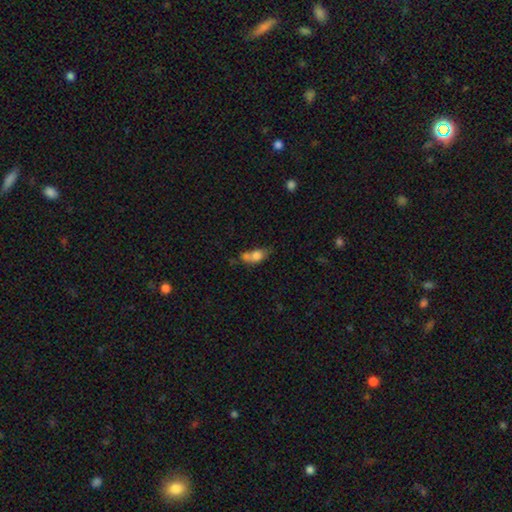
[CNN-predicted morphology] This is likely a smooth galaxy (71%). How rounded: likely in between (72%). Merging: marginally merger (41%).